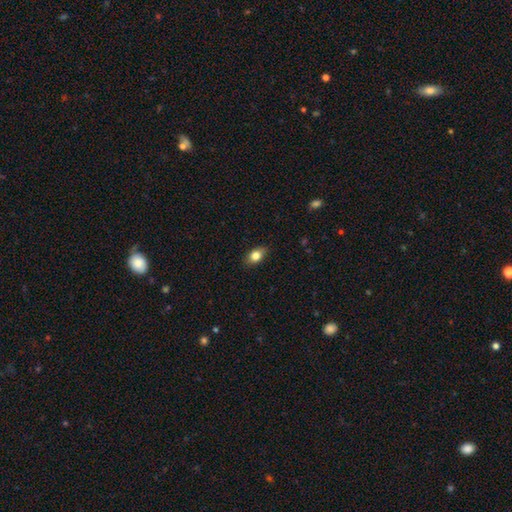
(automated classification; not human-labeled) smooth 81%, featured or disk 10%, star or artifact 8%. Down the decision tree: how rounded — in between (82%); merging — none (84%).